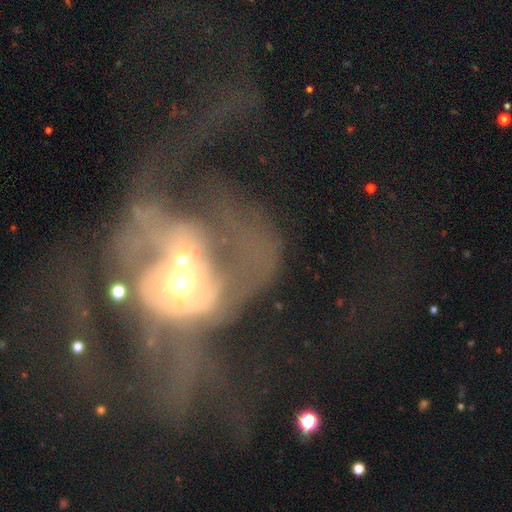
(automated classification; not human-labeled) This appears to be a featured or disk galaxy (71%) with no bar (77%), spiral arms (53%) and a moderate central bulge (66%). Merging: merger (43%, tied with major disturbance).